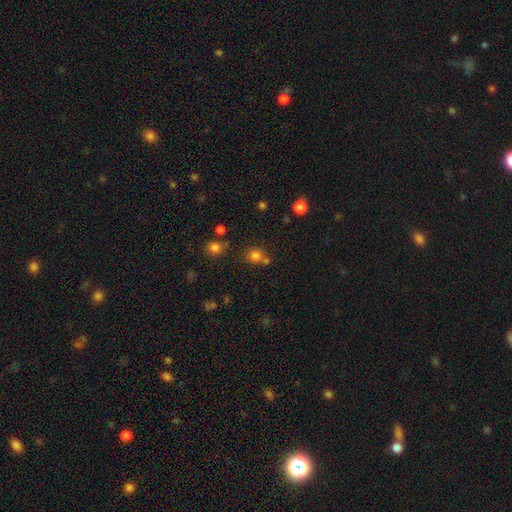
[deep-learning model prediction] smooth_or_featured: smooth (p=0.76) [alt: star or artifact p=0.17]
how_rounded: round (p=0.88) [alt: in between p=0.11]
merging: none (p=0.66) [alt: merger p=0.22]